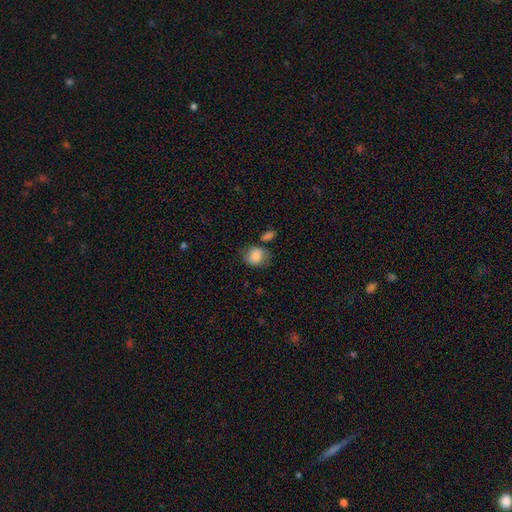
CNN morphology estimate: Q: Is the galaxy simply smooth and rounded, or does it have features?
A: smooth — 82%.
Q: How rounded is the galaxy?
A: round — 59%.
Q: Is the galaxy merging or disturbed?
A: none — 63%.